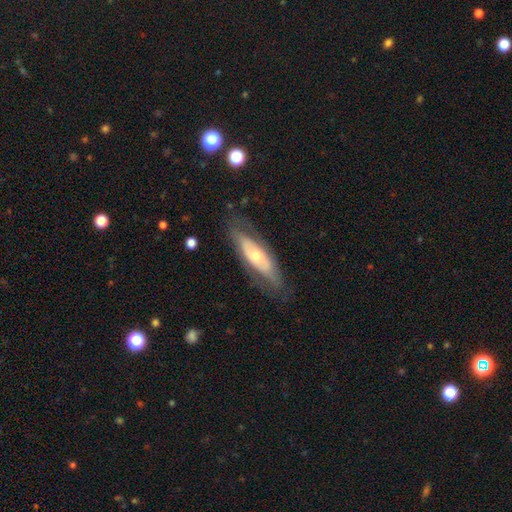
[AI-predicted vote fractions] A featured or disk galaxy (58%).

Vote fractions:
- Smooth or featured? featured or disk: 58% / smooth: 35% / star or artifact: 6%
- Edge-on disk? no: 72% / yes: 28%
- Merging? none: 72% / minor disturbance: 18% / major disturbance: 8% / merger: 2%